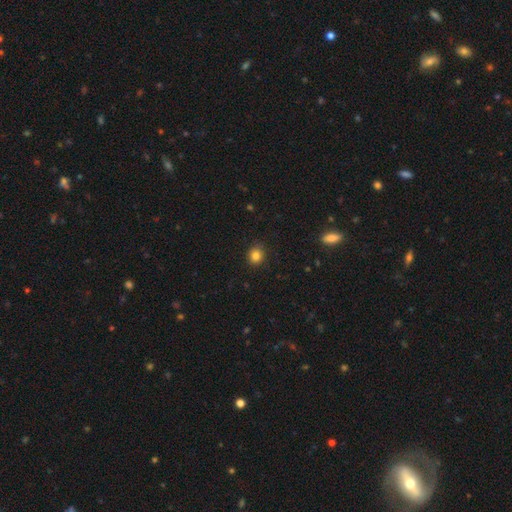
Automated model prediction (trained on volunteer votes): Q: Smooth or featured?
A: smooth (83%); runner-up: star or artifact (12%)
Q: How rounded?
A: round (77%); runner-up: in between (23%)
Q: Merging?
A: none (88%); runner-up: minor disturbance (9%)